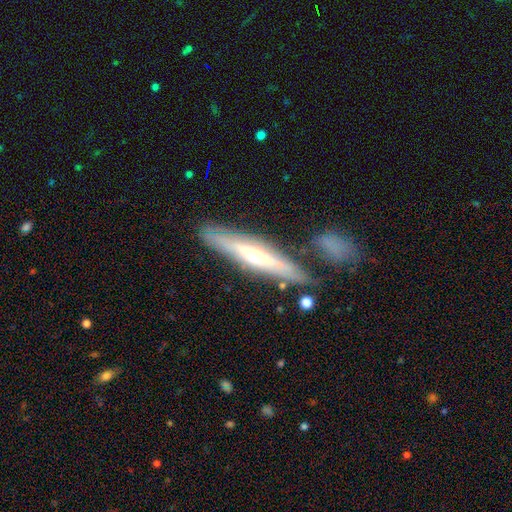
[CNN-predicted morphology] The model was most divided on "smooth or featured": featured or disk: 67%, smooth: 27%, star or artifact: 6%. More confident: edge-on disk — yes (83%); edge-on bulge — rounded (81%); merging — none (78%).